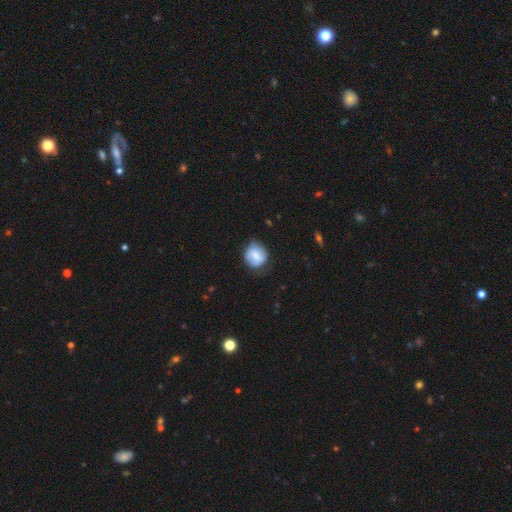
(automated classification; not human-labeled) Smooth or featured: smooth — 73% (featured or disk — 20%)
How rounded: round — 81% (in between — 18%)
Merging: none — 66% (minor disturbance — 26%)